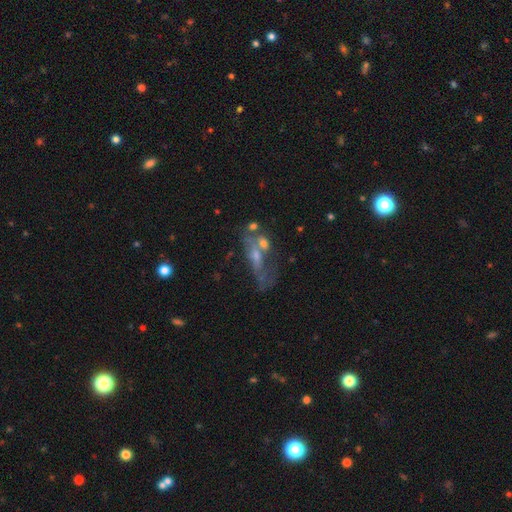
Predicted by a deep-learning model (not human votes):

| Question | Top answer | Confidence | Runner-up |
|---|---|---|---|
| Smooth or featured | featured or disk | 50% | smooth (36%) |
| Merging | merger | 36% | major disturbance (26%) |